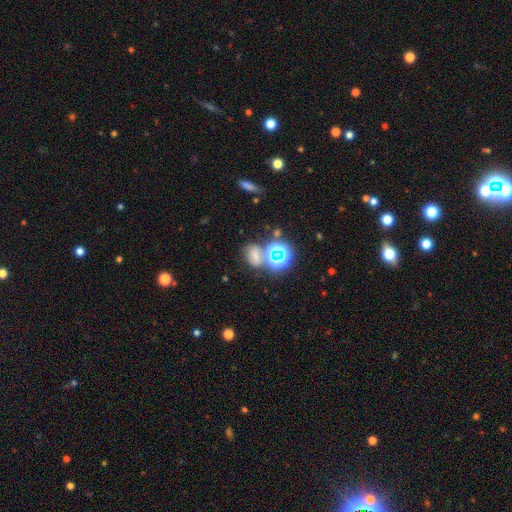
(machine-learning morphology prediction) smooth-or-featured: smooth: 48% | star or artifact: 36% | featured or disk: 16%
  merging: none: 52% | merger: 24% | minor disturbance: 15% | major disturbance: 8%